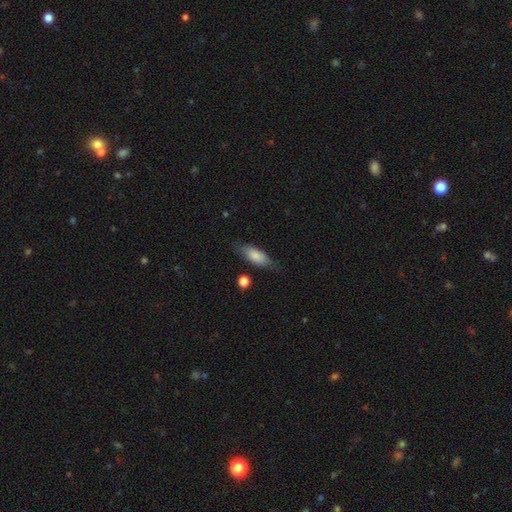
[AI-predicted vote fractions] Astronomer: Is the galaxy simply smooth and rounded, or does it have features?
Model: smooth — 80%.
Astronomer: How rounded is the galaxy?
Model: in between — 71%.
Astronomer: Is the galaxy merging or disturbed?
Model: none — 72%.